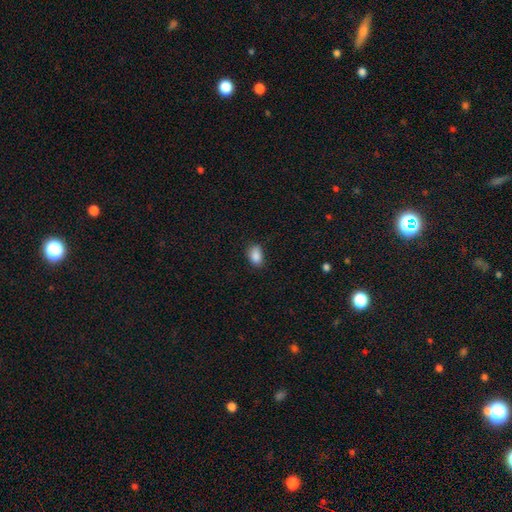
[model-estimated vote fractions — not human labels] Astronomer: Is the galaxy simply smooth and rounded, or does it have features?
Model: smooth — 88%.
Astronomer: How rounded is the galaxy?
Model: in between — 84%.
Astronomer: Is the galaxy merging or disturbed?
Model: none — 76%.